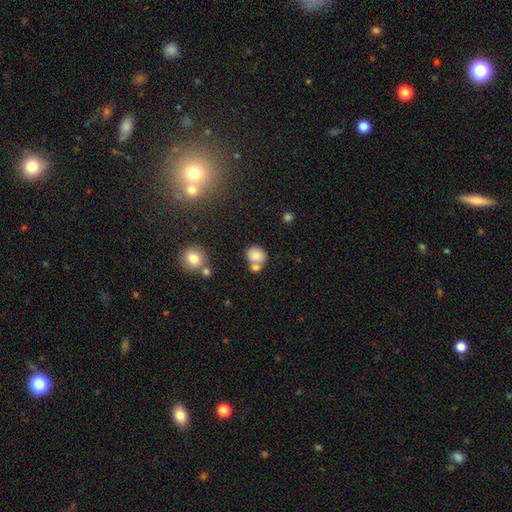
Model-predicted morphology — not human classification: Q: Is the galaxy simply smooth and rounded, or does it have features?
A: smooth — 81%.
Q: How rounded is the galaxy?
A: round — 57%.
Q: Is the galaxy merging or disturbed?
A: none — 48%.